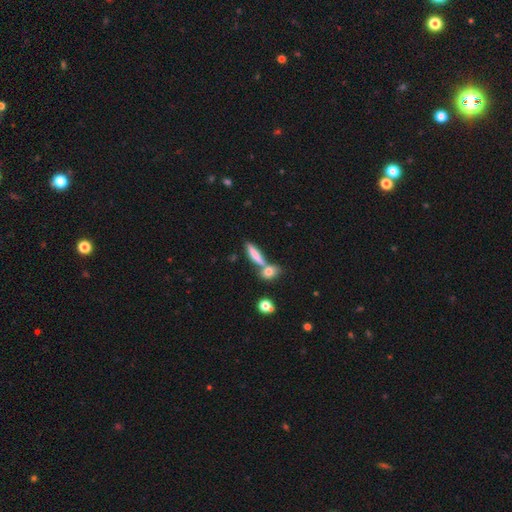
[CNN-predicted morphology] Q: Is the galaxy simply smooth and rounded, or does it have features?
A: smooth — 73%.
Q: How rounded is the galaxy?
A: cigar-shaped — 66%.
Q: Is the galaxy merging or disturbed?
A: none — 51%.